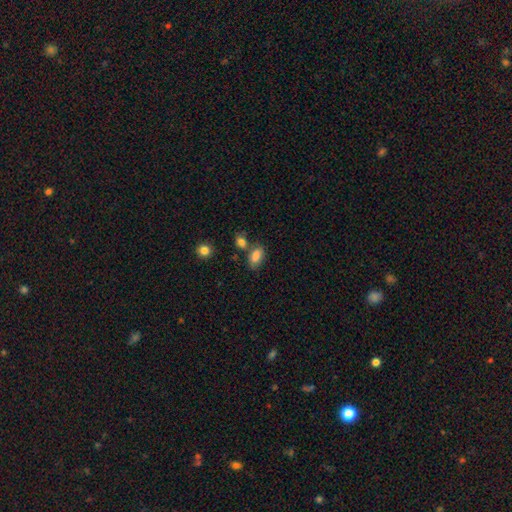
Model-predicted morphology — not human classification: Smooth or featured? smooth (84%)
How rounded? in between (89%)
Merging? none (62%)